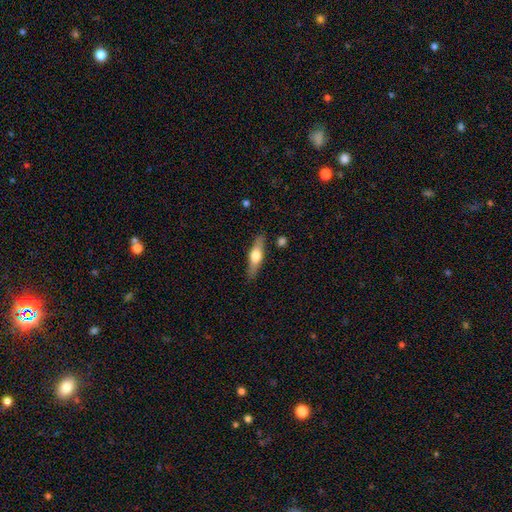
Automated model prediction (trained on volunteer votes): This appears to be a featured or disk galaxy (52%) viewed edge-on (92%). Merging: none (86%).